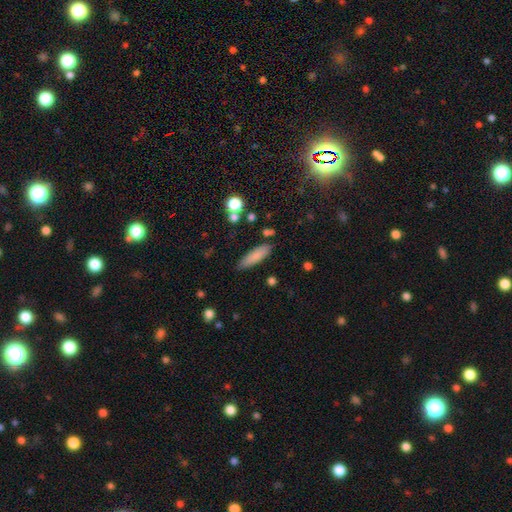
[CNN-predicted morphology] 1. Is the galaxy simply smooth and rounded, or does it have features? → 82% smooth, 11% featured or disk, 7% star or artifact.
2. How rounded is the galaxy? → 64% cigar-shaped, 34% in between, 2% round.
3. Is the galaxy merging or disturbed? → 82% none, 12% minor disturbance, 3% merger, 3% major disturbance.